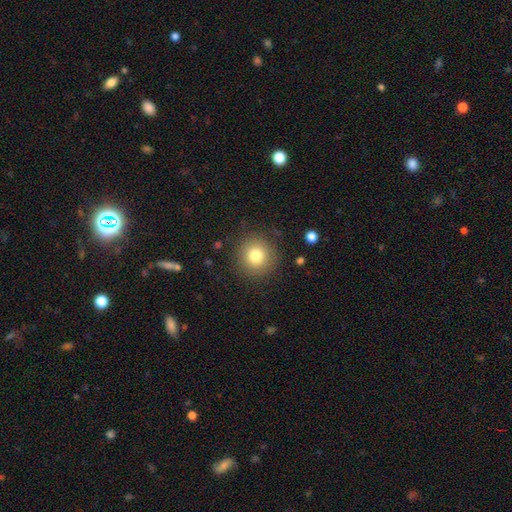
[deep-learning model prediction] This appears to be a smooth galaxy with no disk features (80%) that is round (94%). Merging: none (88%).